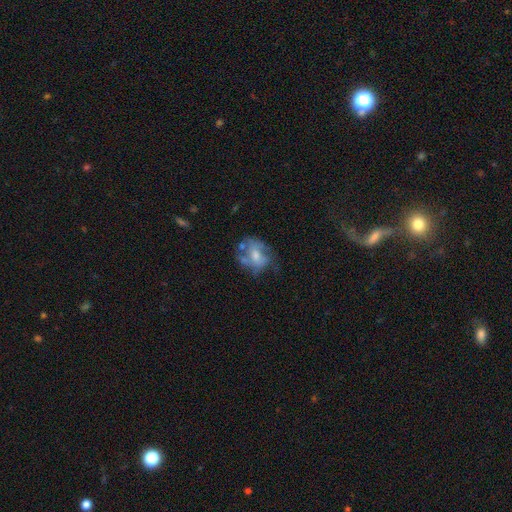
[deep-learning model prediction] featured or disk 51%, smooth 40%, star or artifact 9%. Down the decision tree: edge-on disk — no (97%); merging — none (41%).